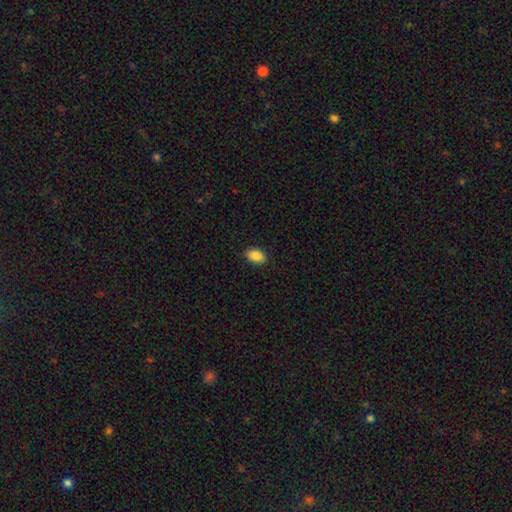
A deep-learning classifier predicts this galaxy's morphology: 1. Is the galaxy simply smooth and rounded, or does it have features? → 89% smooth, 8% star or artifact, 4% featured or disk.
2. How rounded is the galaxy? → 87% in between, 12% round, 1% cigar-shaped.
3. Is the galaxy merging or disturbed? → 88% none, 9% minor disturbance, 2% major disturbance, 1% merger.